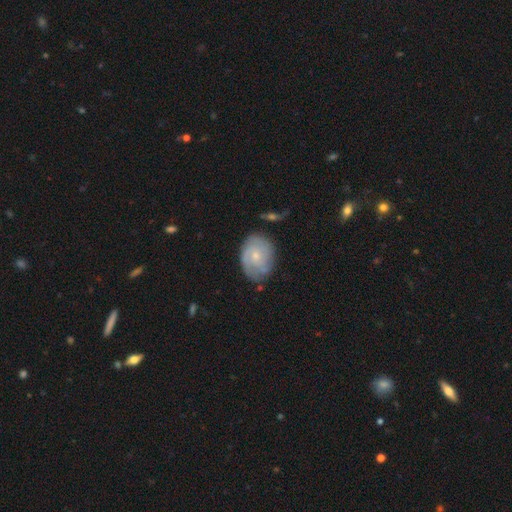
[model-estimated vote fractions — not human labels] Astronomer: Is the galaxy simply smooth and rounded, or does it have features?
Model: featured or disk — 62%.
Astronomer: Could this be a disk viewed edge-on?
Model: no — 97%.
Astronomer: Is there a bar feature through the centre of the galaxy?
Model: no — 74%.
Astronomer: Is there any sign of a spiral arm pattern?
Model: yes — 86%.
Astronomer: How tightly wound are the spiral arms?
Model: tight — 58%.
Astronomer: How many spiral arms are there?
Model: can't tell — 39% (runner-up: 2, 27%).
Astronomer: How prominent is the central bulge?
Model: small — 62%.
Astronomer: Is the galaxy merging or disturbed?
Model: none — 71%.